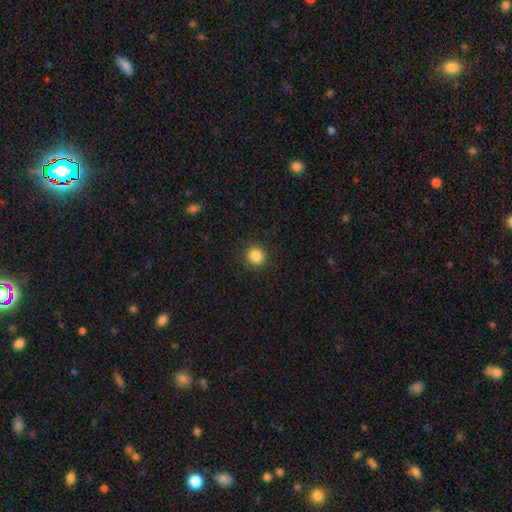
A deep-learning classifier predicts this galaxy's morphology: A smooth galaxy with no disk features (85%) that is round (93%).

Vote fractions:
- Smooth or featured? smooth: 85% / star or artifact: 11% / featured or disk: 4%
- How rounded? round: 93% / in between: 6% / cigar-shaped: 1%
- Merging? none: 91% / minor disturbance: 6% / major disturbance: 2% / merger: 1%